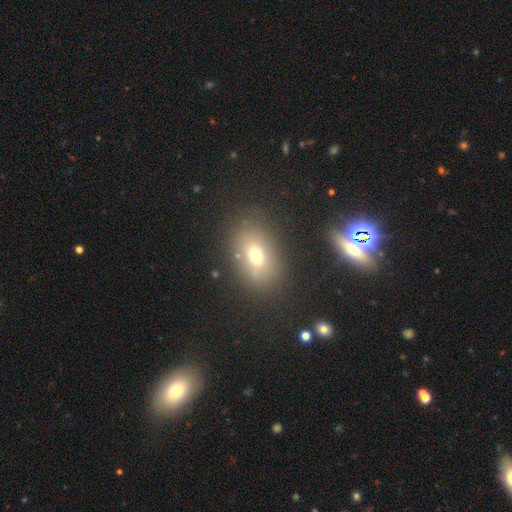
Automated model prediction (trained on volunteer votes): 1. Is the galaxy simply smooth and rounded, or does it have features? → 69% smooth, 16% featured or disk, 15% star or artifact.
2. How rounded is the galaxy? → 74% in between, 24% round, 2% cigar-shaped.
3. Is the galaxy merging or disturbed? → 78% none, 12% minor disturbance, 6% major disturbance, 4% merger.